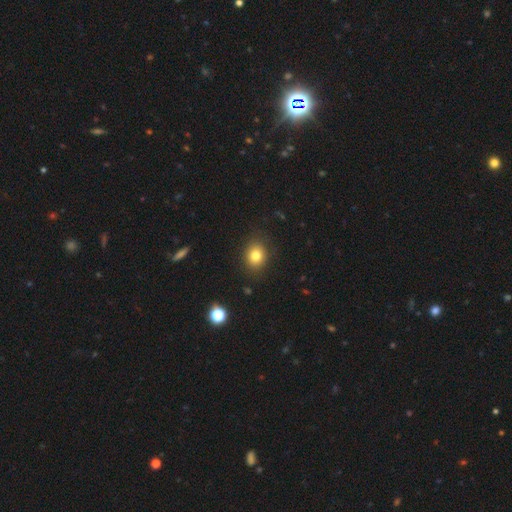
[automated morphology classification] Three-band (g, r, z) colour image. It shows a smooth galaxy with no disk features (80%) that is round (61%). Merging: none (87%).